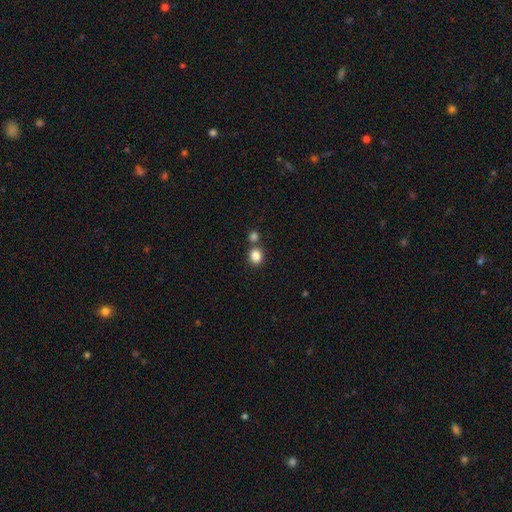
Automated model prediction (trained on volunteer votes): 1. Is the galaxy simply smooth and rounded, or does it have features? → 85% smooth, 10% star or artifact, 5% featured or disk.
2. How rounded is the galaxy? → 68% round, 31% in between, 1% cigar-shaped.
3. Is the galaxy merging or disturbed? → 64% none, 24% merger, 9% minor disturbance, 3% major disturbance.